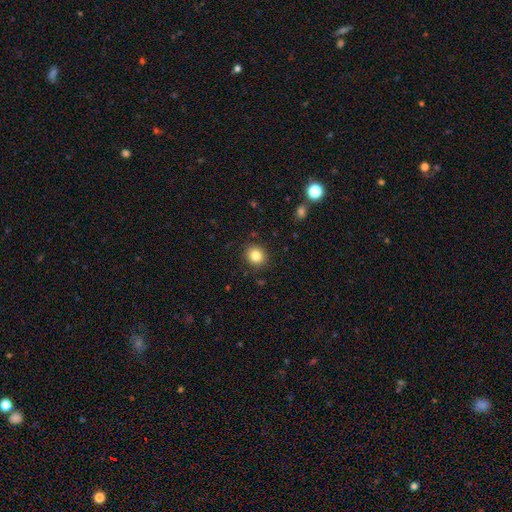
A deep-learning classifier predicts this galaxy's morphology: smooth-or-featured: smooth: 83% | star or artifact: 11% | featured or disk: 6%
  how-rounded: round: 84% | in between: 15% | cigar-shaped: 1%
  merging: none: 90% | minor disturbance: 7% | major disturbance: 2% | merger: 1%